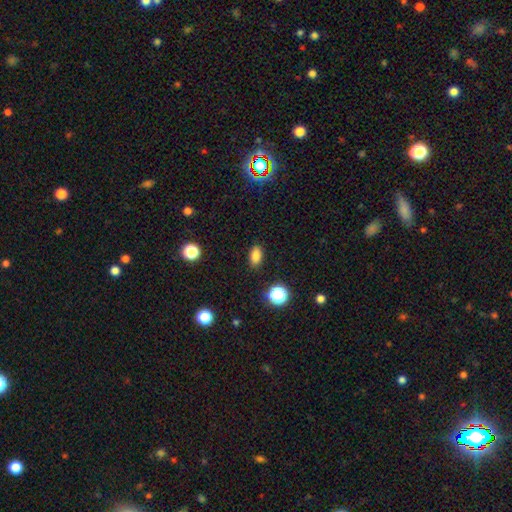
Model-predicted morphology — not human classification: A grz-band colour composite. It shows a smooth galaxy with no disk features (83%) that is in between round and cigar-shaped (85%). Merging: none (88%).